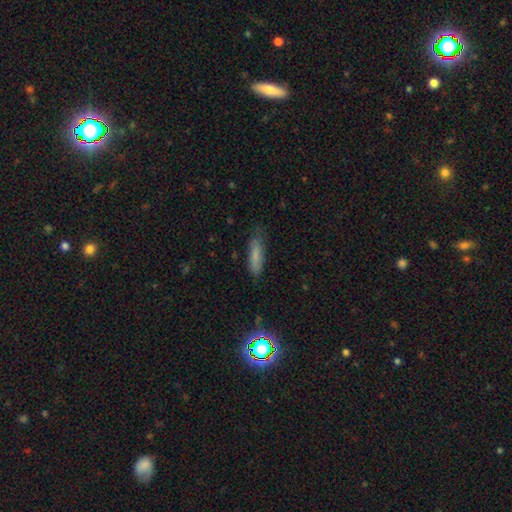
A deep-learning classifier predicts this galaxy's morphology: Smooth or featured?
  - smooth: 75% *
  - featured or disk: 14%
  - star or artifact: 11%
How rounded?
  - cigar-shaped: 64% *
  - in between: 34%
  - round: 2%
Merging?
  - none: 74% *
  - minor disturbance: 20%
  - major disturbance: 4%
  - merger: 2%